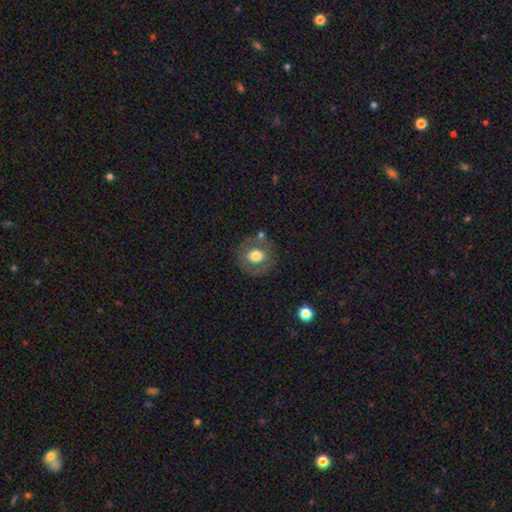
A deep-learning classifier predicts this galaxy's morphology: The model was most divided on "smooth or featured": smooth: 56%, featured or disk: 35%, star or artifact: 9%. More confident: how rounded — round (82%); merging — none (73%).